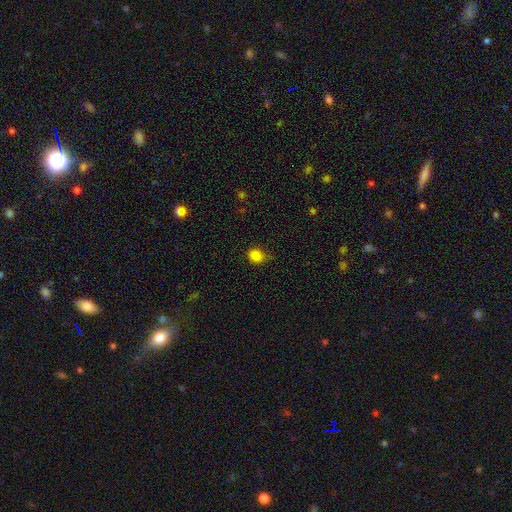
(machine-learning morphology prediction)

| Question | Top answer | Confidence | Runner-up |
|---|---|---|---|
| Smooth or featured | smooth | 85% | star or artifact (12%) |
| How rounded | round | 70% | in between (29%) |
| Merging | none | 70% | minor disturbance (23%) |